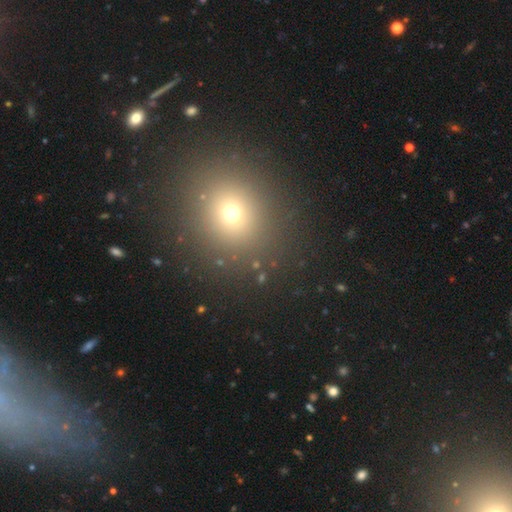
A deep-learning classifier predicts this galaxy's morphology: Smooth or featured: smooth — 63% (star or artifact — 29%)
How rounded: round — 82% (in between — 17%)
Merging: none — 89% (minor disturbance — 6%)